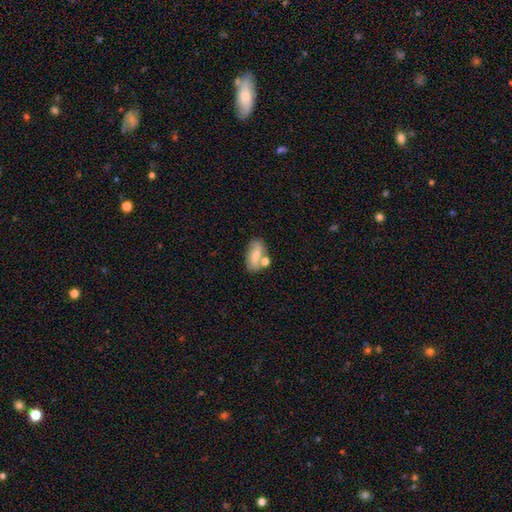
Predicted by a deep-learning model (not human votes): smooth 67%, featured or disk 25%, star or artifact 8%. Down the decision tree: how rounded — in between (87%); merging — none (54%).